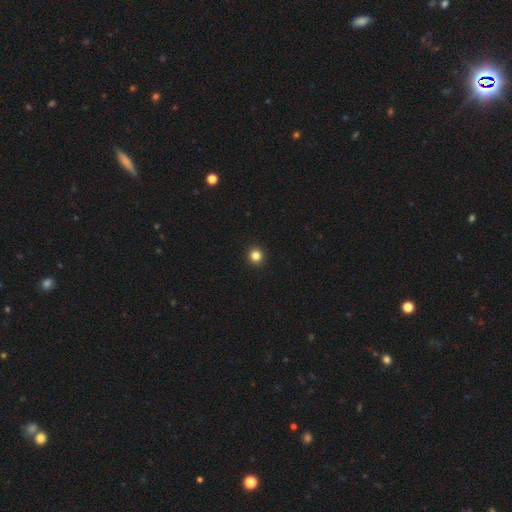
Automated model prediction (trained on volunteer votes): Smooth or featured? smooth (83%)
How rounded? round (93%)
Merging? none (94%)